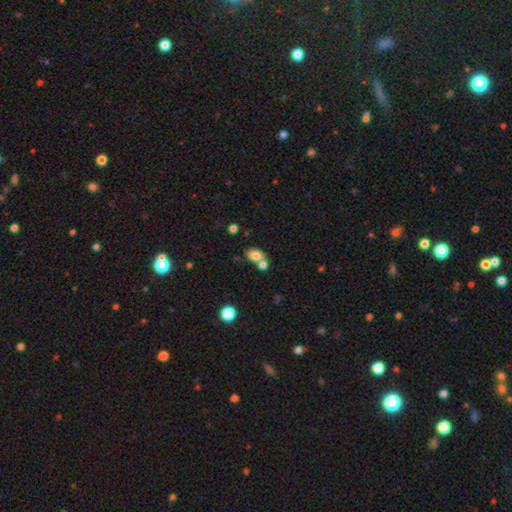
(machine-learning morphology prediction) Overall: smooth (79%). How rounded: in between (70%). Merging: none (45%; merger 40%).